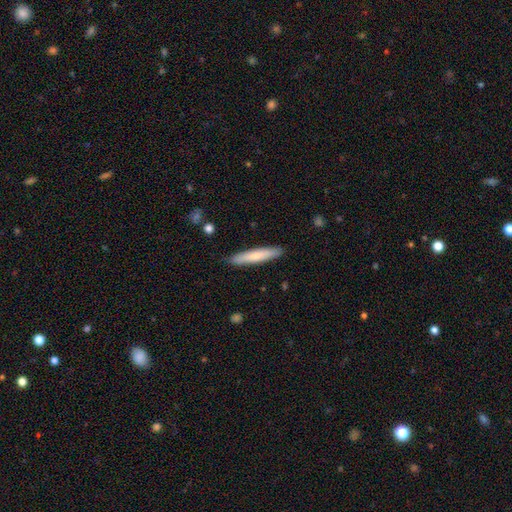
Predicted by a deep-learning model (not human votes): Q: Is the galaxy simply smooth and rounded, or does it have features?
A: smooth — 73%.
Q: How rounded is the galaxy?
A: cigar-shaped — 91%.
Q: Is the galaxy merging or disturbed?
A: none — 89%.